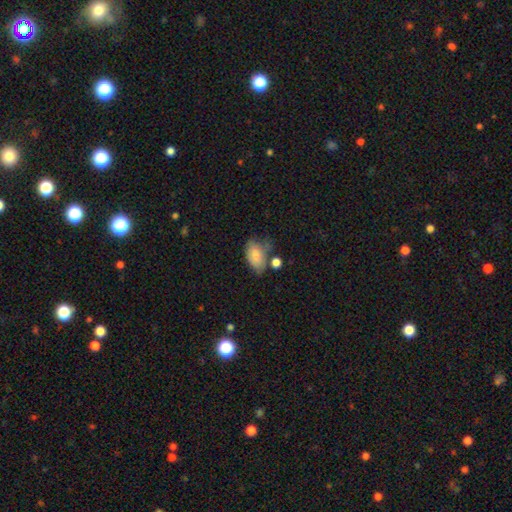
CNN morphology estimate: Overall: smooth (78%). How rounded: in between (91%). Merging: none (46%; minor disturbance 30%).